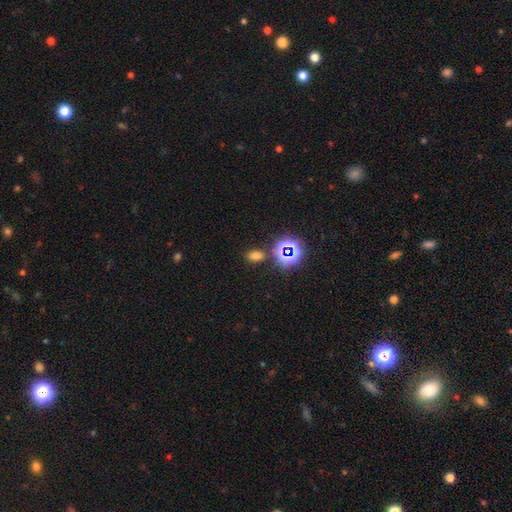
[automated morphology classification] This appears to be a smooth galaxy with no disk features (66%) that is in between round and cigar-shaped (77%). Merging: none (81%).